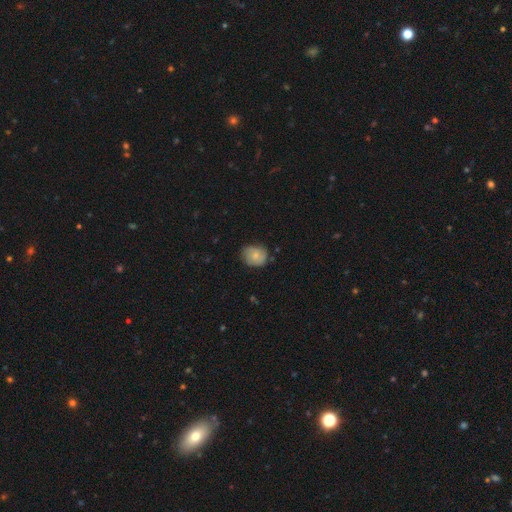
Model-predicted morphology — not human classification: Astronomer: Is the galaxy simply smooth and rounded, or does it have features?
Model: smooth — 71%.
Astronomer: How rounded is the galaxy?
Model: round — 58% (runner-up: in between, 41%).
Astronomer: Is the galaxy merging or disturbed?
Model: none — 67%.